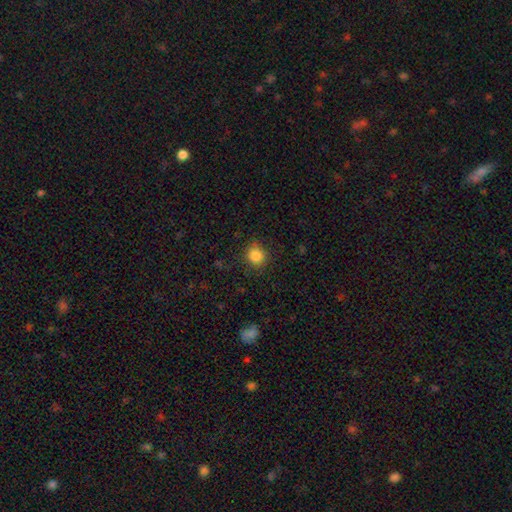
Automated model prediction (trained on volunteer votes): Smooth or featured? smooth (85%)
How rounded? round (85%)
Merging? none (85%)